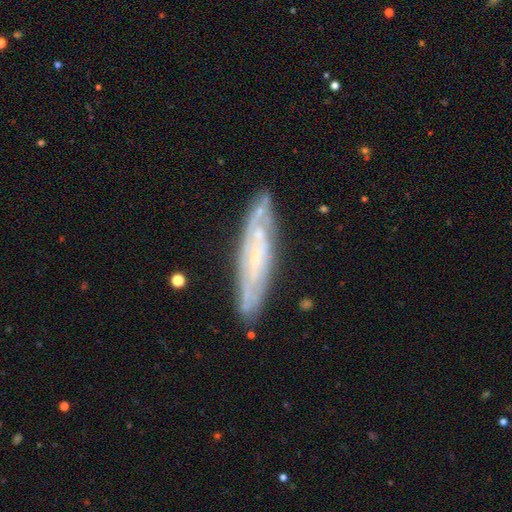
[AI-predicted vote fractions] featured or disk 69%, smooth 24%, star or artifact 7%. Down the decision tree: edge-on disk — yes (50%, tied with no); merging — none (81%).